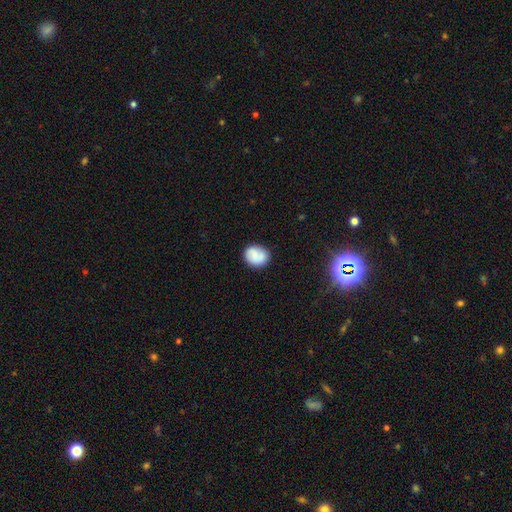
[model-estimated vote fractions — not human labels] smooth 73%, featured or disk 19%, star or artifact 8%. Down the decision tree: how rounded — round (62%); merging — none (77%).